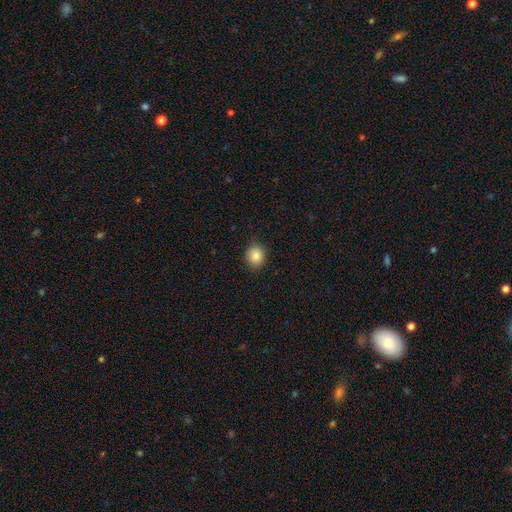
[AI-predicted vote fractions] Q: Smooth or featured?
A: smooth (85%); runner-up: star or artifact (10%)
Q: How rounded?
A: round (76%); runner-up: in between (23%)
Q: Merging?
A: none (86%); runner-up: minor disturbance (11%)